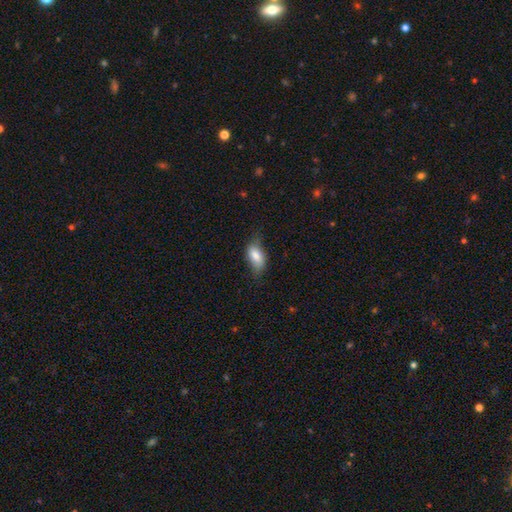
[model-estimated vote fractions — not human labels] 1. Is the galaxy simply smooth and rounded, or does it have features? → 77% smooth, 16% featured or disk, 7% star or artifact.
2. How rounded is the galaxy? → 89% in between, 7% cigar-shaped, 5% round.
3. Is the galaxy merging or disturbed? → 58% none, 31% minor disturbance, 10% major disturbance, 1% merger.